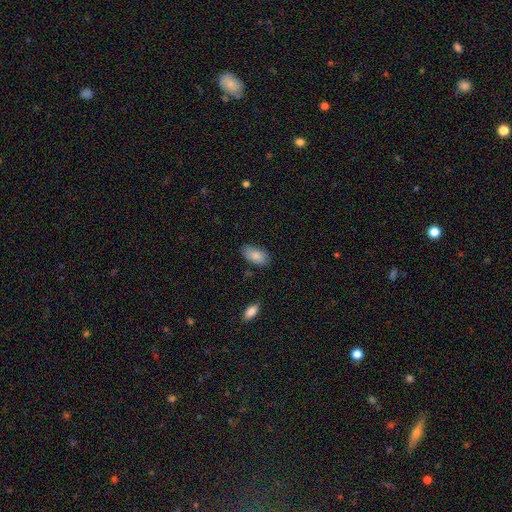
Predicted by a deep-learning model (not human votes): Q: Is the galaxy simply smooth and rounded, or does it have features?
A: smooth — 84%.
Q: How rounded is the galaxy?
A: in between — 94%.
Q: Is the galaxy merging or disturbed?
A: none — 76%.